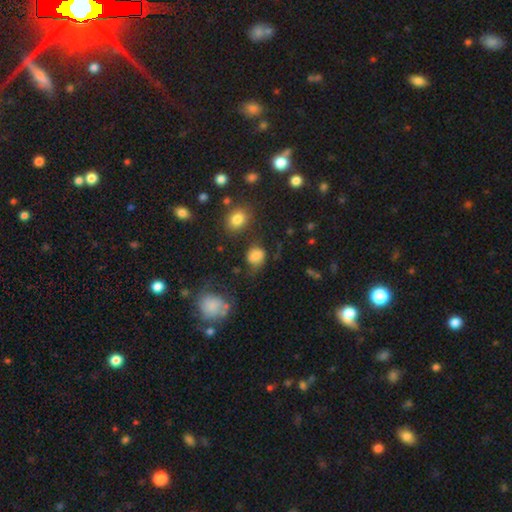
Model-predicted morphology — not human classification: This is likely a smooth galaxy (74%). How rounded: likely round (68%). Merging: possibly none (51%).